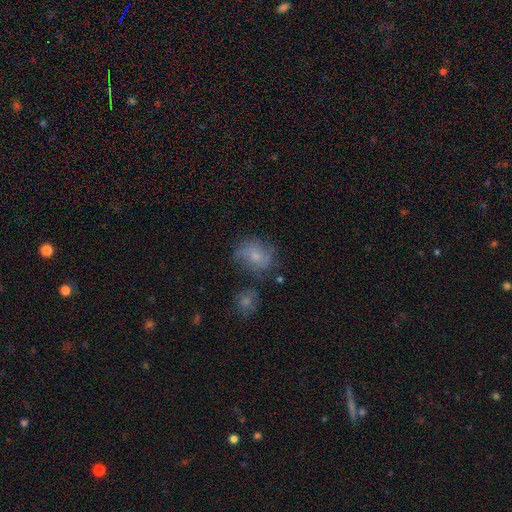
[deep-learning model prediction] Morphology: type=smooth (60%); roundness=round (54%); merging=none (55%).